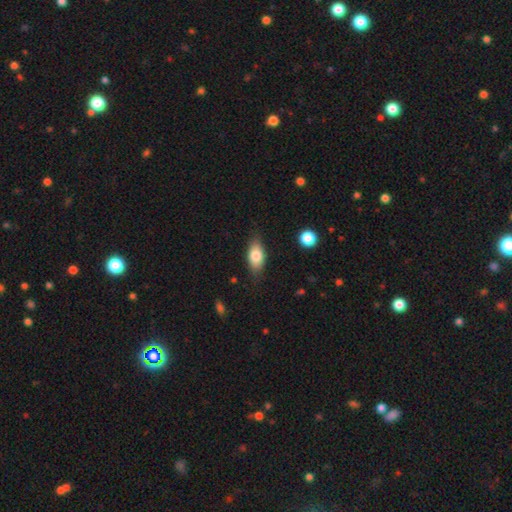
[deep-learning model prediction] The model was most divided on "merging": none: 79%, minor disturbance: 16%, major disturbance: 4%, merger: 1%. More confident: how rounded — in between (86%); smooth or featured — smooth (78%).